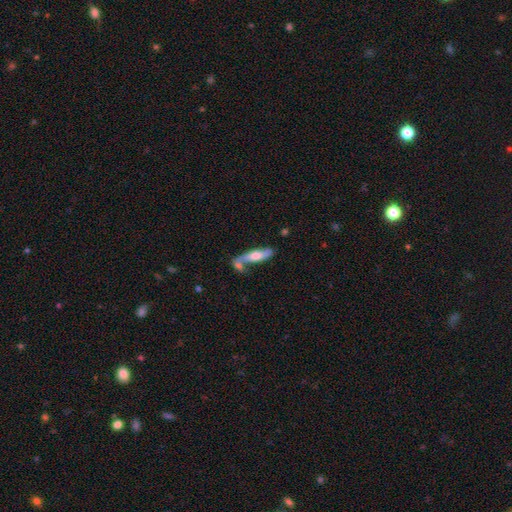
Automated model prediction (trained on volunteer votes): smooth_or_featured: smooth (p=0.52) [alt: featured or disk p=0.43]
how_rounded: cigar-shaped (p=0.60) [alt: in between p=0.38]
merging: none (p=0.45) [alt: merger p=0.35]